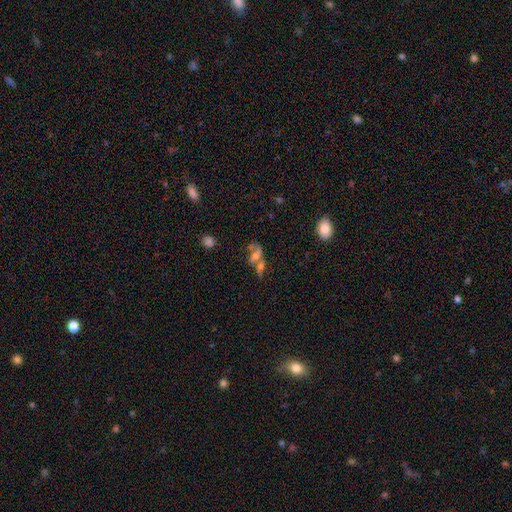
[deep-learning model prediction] Smooth or featured? Predicted: smooth (p=0.45). Merging? Predicted: merger (p=0.48).